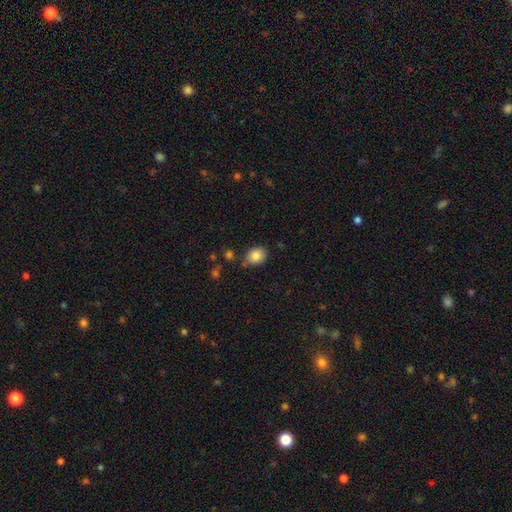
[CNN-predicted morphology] type=smooth (85%); roundness=in between (62%); merging=none (75%).